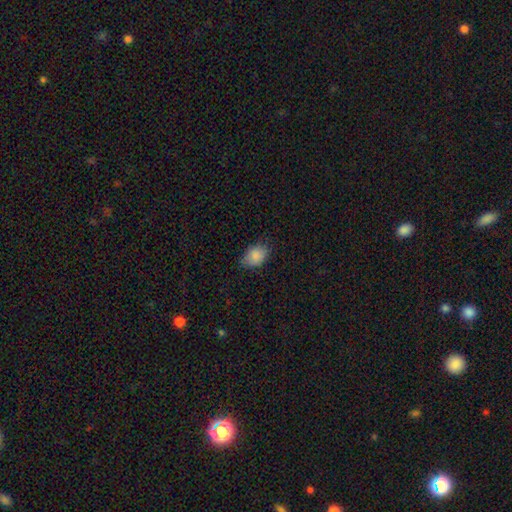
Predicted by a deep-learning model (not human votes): The model was most divided on "merging": none: 68%, minor disturbance: 26%, major disturbance: 5%, merger: 1%. More confident: smooth or featured — smooth (86%); how rounded — in between (76%).